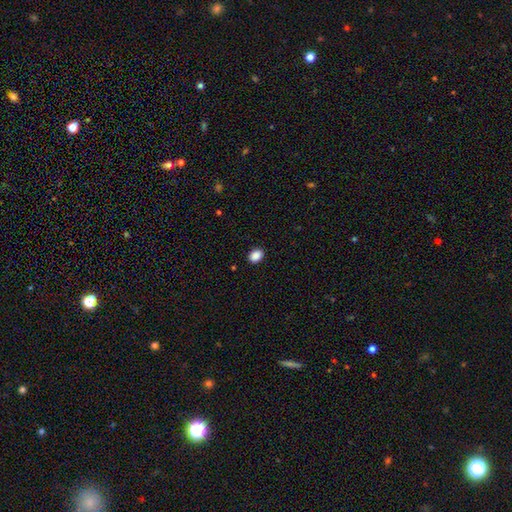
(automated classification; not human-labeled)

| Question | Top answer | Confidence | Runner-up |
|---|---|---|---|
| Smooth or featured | smooth | 89% | star or artifact (9%) |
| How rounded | in between | 69% | round (30%) |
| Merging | none | 90% | minor disturbance (7%) |